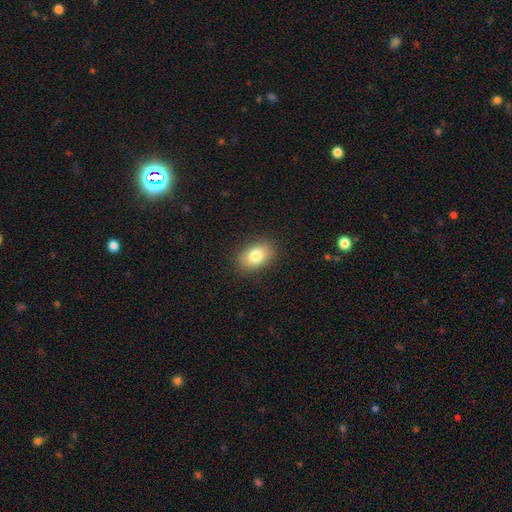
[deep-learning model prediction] Smooth or featured? Predicted: smooth (p=0.82). How rounded? Predicted: in between (p=0.83). Merging? Predicted: none (p=0.88).